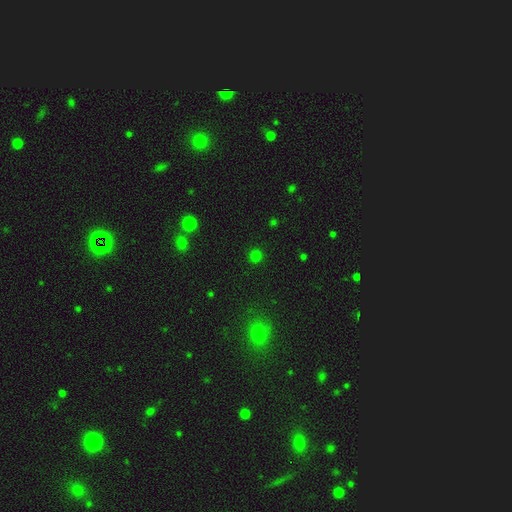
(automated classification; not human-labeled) Smooth or featured: smooth — 74% (star or artifact — 22%)
How rounded: round — 92% (in between — 7%)
Merging: none — 90% (minor disturbance — 6%)